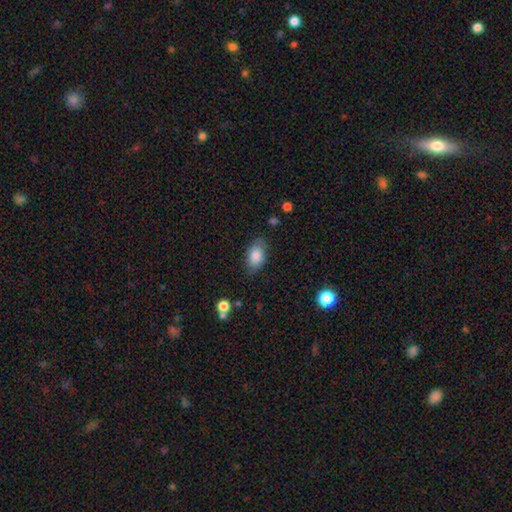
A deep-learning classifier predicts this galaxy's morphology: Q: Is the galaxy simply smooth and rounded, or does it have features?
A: smooth — 85%.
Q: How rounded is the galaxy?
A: in between — 90%.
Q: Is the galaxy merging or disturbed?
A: none — 77%.